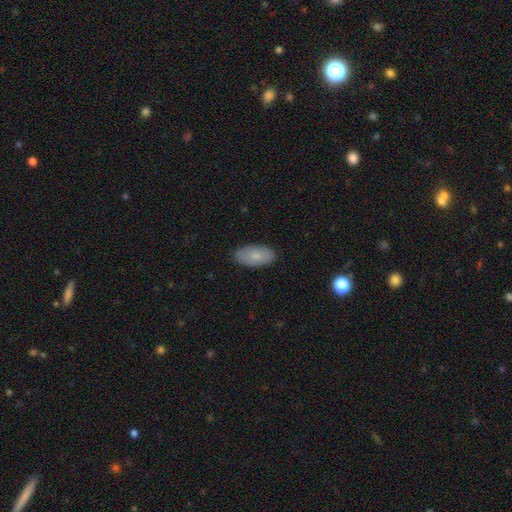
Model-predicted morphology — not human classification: A smooth galaxy with no disk features (80%) that is in between round and cigar-shaped (94%). Merging: none (86%).